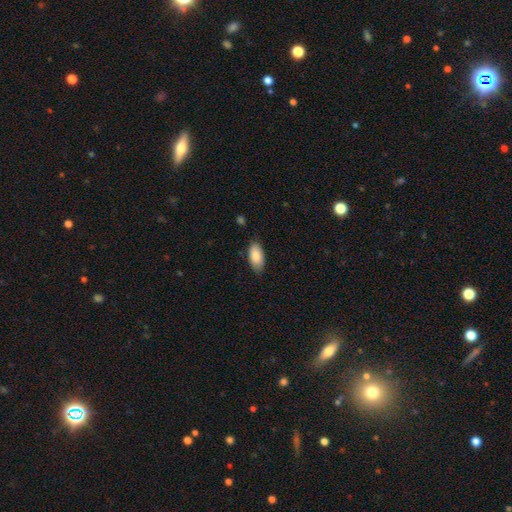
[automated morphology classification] Smooth or featured: smooth — 86% (featured or disk — 8%)
How rounded: in between — 92% (cigar-shaped — 5%)
Merging: none — 81% (minor disturbance — 15%)